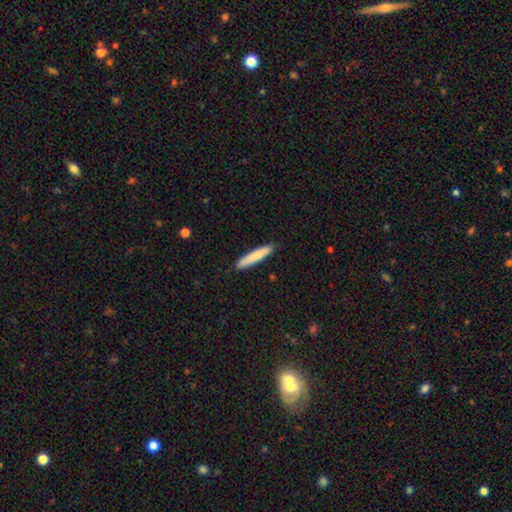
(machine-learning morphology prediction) The model was most divided on "smooth or featured": smooth: 79%, featured or disk: 16%, star or artifact: 5%. More confident: how rounded — cigar-shaped (90%); merging — none (88%).